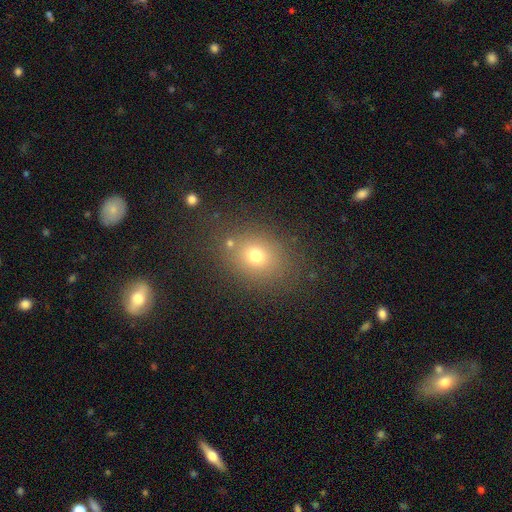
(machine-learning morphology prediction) Q: Smooth or featured?
A: smooth (71%); runner-up: star or artifact (18%)
Q: How rounded?
A: round (53%); runner-up: in between (46%)
Q: Merging?
A: none (77%); runner-up: minor disturbance (12%)